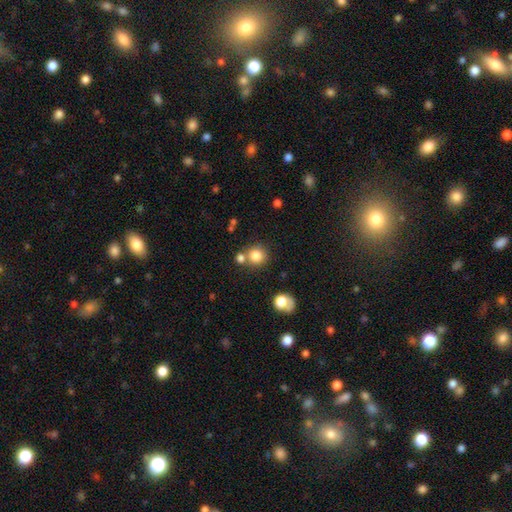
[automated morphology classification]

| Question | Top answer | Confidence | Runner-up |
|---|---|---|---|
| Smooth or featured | smooth | 82% | star or artifact (12%) |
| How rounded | round | 90% | in between (9%) |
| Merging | none | 68% | merger (19%) |